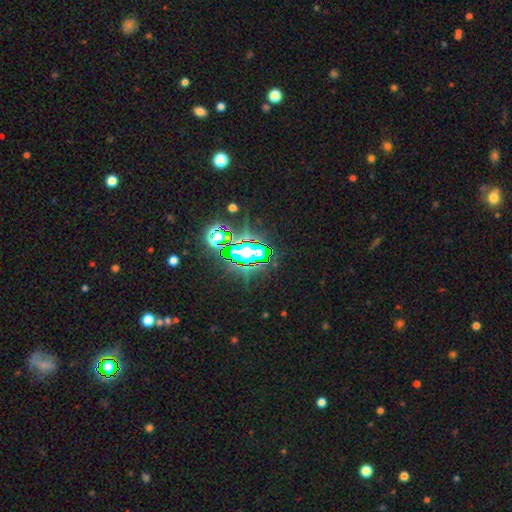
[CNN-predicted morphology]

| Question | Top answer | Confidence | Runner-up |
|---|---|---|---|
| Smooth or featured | star or artifact | 81% | smooth (12%) |